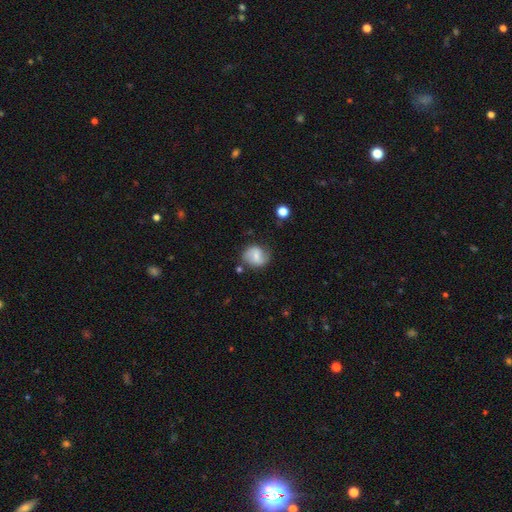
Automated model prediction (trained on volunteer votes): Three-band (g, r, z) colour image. It shows a smooth galaxy with no disk features (47%). Merging: none (69%).